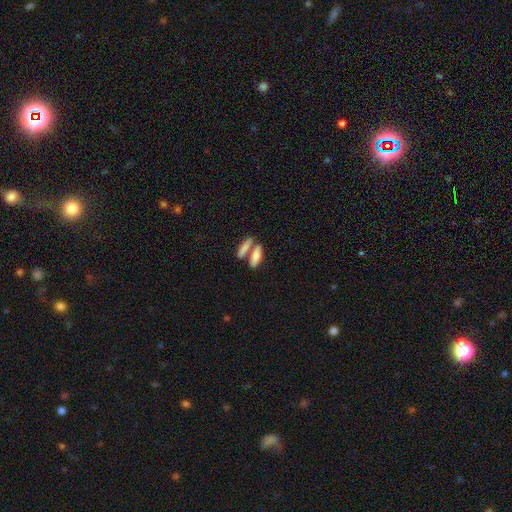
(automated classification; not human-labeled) This is likely a smooth galaxy (79%). How rounded: likely in between (62%). Merging: marginally none (44%).